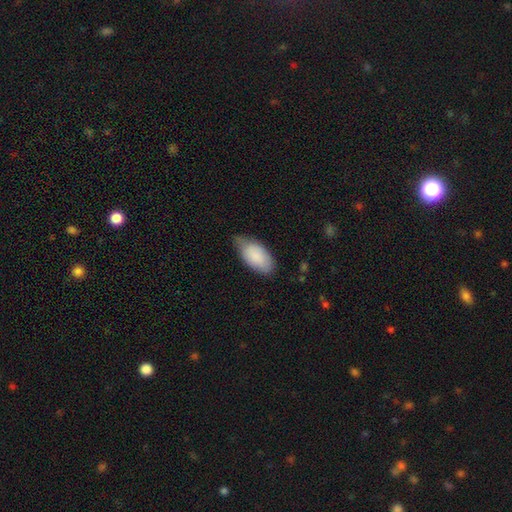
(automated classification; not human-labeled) This is clearly a smooth galaxy (86%). How rounded: clearly in between (95%). Merging: possibly none (52%).